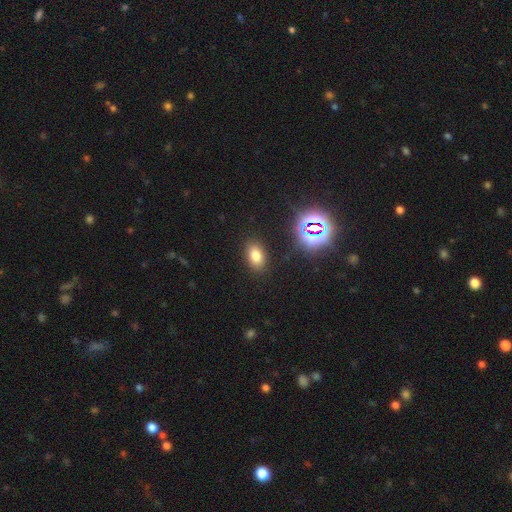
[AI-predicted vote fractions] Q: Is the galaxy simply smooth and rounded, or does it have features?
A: smooth — 73%.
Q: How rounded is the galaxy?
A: in between — 85%.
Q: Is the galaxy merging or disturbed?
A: none — 87%.